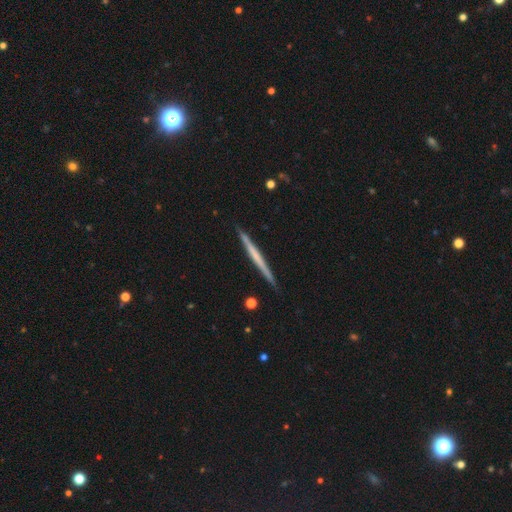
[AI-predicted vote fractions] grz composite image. It shows a featured or disk galaxy (56%) viewed edge-on (98%) with no central bulge (84%). Merging: none (90%).